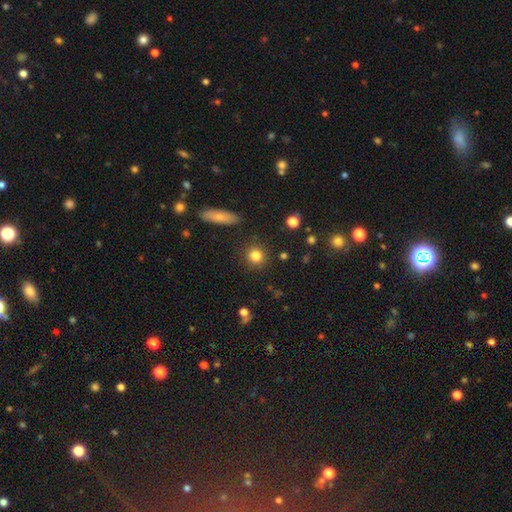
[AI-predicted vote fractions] This appears to be a smooth galaxy with no disk features (82%) that is round (89%). Merging: none (89%).